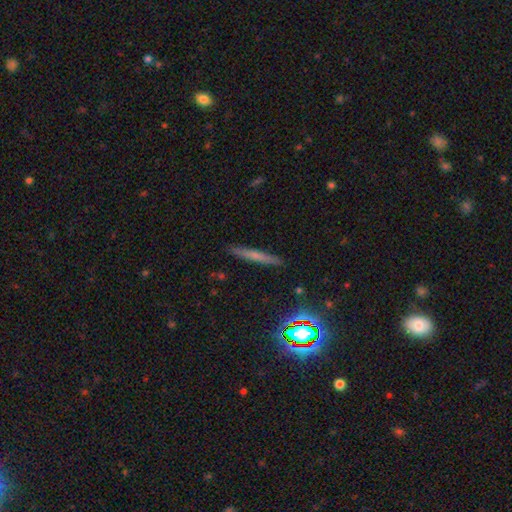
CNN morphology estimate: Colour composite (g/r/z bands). It shows a smooth galaxy with no disk features (51%) that is cigar-shaped (93%). Merging: none (89%).